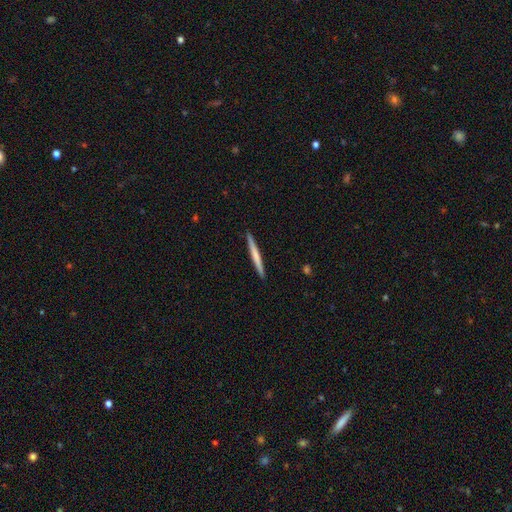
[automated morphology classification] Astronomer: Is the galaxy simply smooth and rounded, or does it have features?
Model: smooth — 56% (runner-up: featured or disk, 39%).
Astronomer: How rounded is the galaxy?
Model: cigar-shaped — 97%.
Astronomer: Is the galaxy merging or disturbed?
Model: none — 92%.